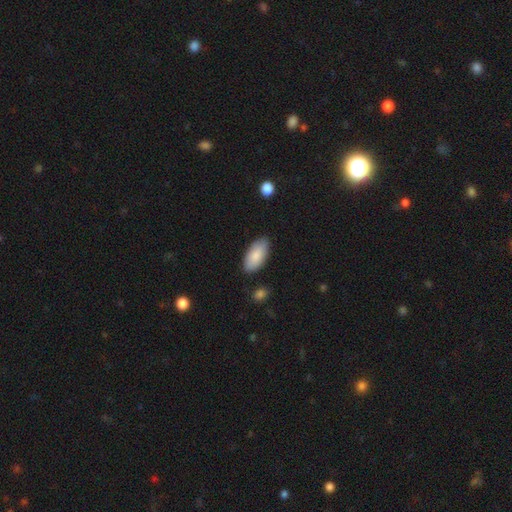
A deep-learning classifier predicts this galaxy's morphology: Smooth or featured: smooth — 86% (featured or disk — 8%)
How rounded: in between — 93% (cigar-shaped — 5%)
Merging: none — 83% (minor disturbance — 12%)